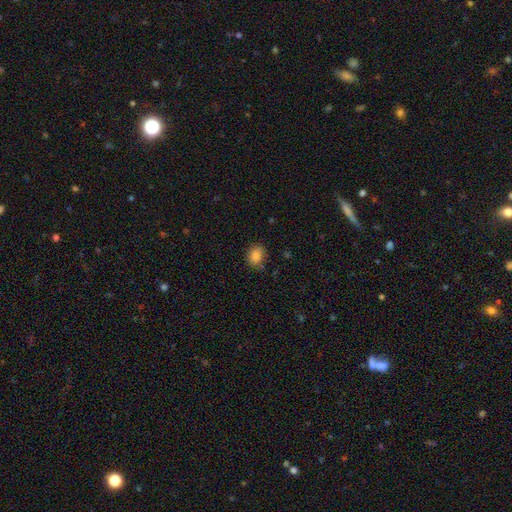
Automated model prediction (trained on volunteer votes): smooth 85%, star or artifact 10%, featured or disk 6%. Down the decision tree: how rounded — in between (50%); merging — none (79%).